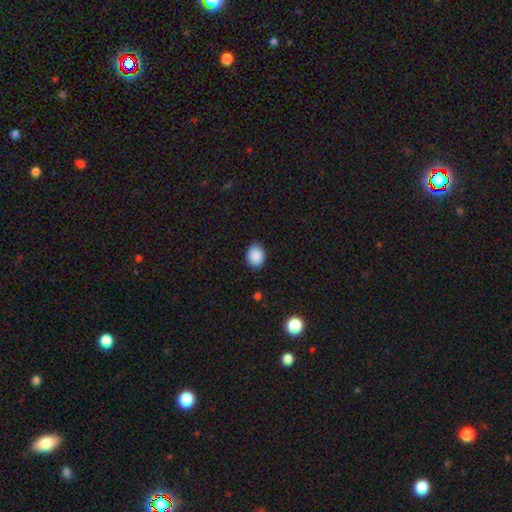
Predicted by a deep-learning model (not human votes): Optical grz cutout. It shows a smooth galaxy with no disk features (89%) that is in between round and cigar-shaped (63%). Merging: none (86%).